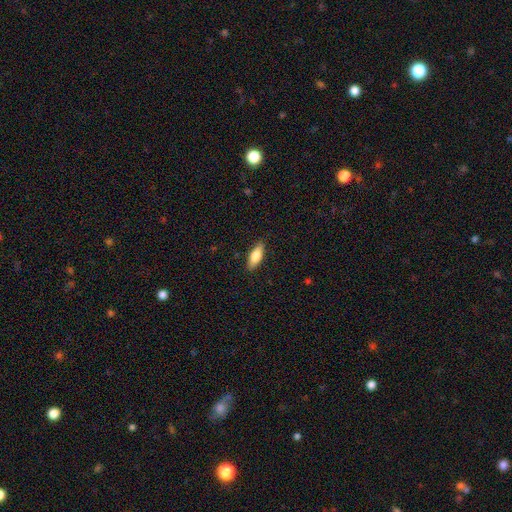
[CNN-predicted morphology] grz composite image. It shows a smooth galaxy with no disk features (75%) that is in between round and cigar-shaped (68%). Merging: none (88%).